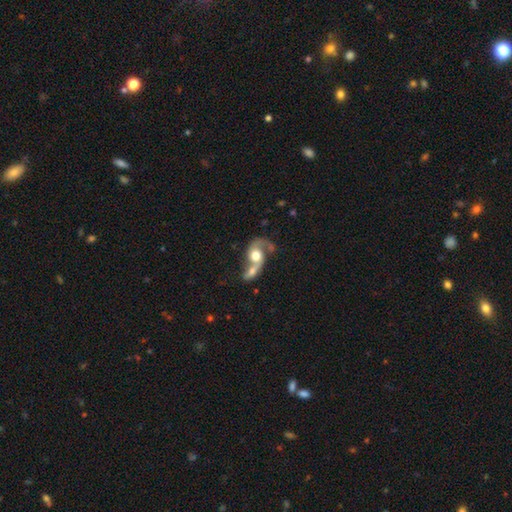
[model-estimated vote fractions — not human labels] Smooth or featured? Predicted: featured or disk (p=0.60). Edge-on disk? Predicted: no (p=0.96). Bar? Predicted: no (p=0.77). Spiral arms? Predicted: yes (p=0.76). Bulge size? Predicted: moderate (p=0.47). Merging? Predicted: merger (p=0.71).